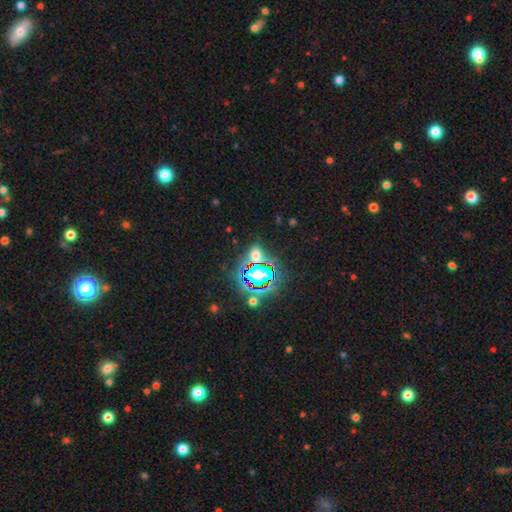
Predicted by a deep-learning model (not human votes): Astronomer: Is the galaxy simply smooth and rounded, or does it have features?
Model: star or artifact — 52% (runner-up: smooth, 37%).